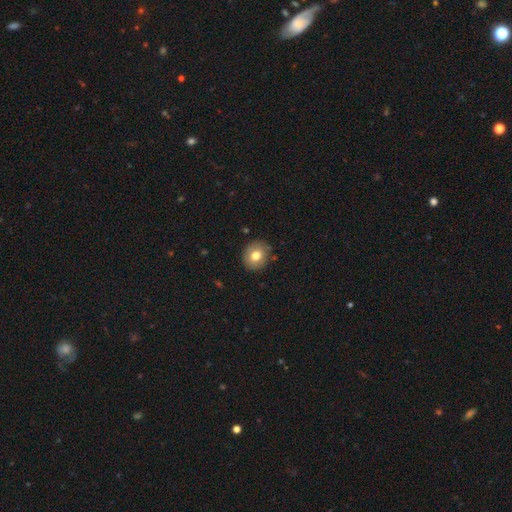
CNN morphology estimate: smooth_or_featured: smooth (p=0.74) [alt: featured or disk p=0.17]
how_rounded: round (p=0.73) [alt: in between p=0.26]
merging: none (p=0.85) [alt: minor disturbance p=0.11]